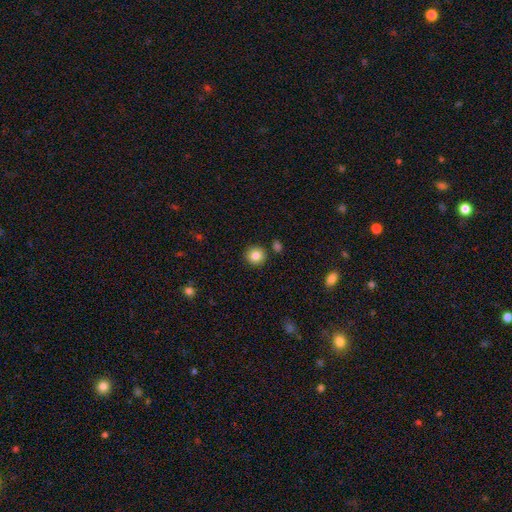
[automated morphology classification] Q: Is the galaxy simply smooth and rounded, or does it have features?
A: smooth — 84%.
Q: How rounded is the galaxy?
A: round — 93%.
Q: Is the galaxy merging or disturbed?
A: none — 88%.